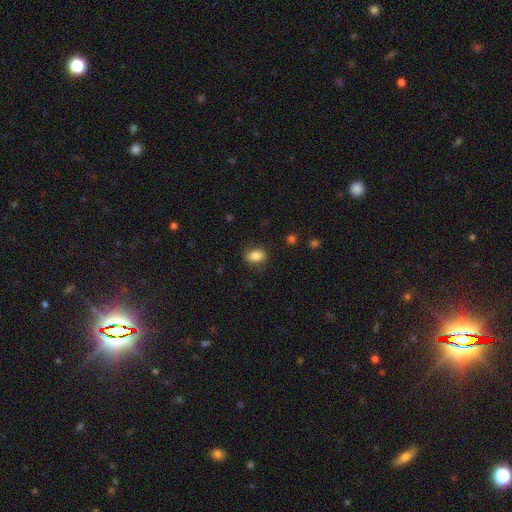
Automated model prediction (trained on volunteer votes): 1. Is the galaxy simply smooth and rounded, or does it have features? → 83% smooth, 9% star or artifact, 8% featured or disk.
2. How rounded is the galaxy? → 77% in between, 21% round, 2% cigar-shaped.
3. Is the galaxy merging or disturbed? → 81% none, 14% minor disturbance, 4% major disturbance, 1% merger.